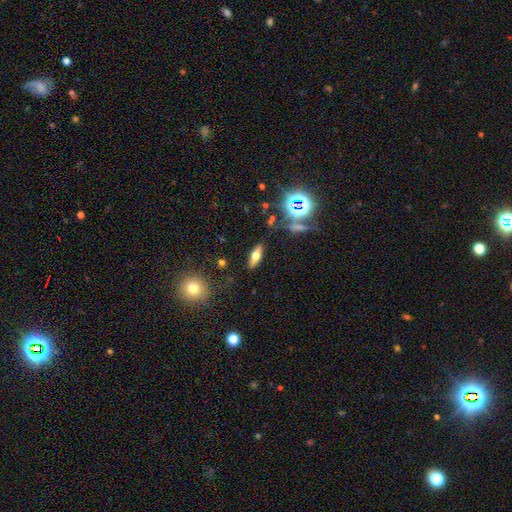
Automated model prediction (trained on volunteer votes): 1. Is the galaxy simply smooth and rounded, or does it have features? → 45% smooth, 40% featured or disk, 15% star or artifact.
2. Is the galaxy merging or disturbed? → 85% none, 10% minor disturbance, 3% major disturbance, 2% merger.